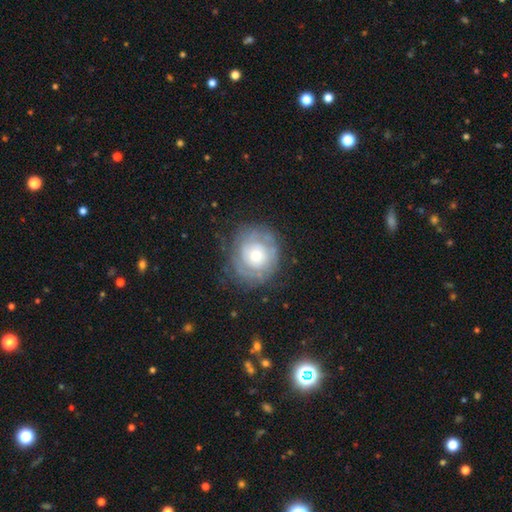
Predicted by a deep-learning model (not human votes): A featured or disk galaxy (61%) with no bar (84%), spiral arms (65%) and a moderate central bulge (51%).

Vote fractions:
- Smooth or featured? featured or disk: 61% / smooth: 32% / star or artifact: 8%
- Edge-on disk? no: 97% / yes: 3%
- Bar? no: 84% / weak: 13% / strong: 3%
- Spiral arms? yes: 65% / no: 35%
- Bulge size? moderate: 51% / small: 41% / large: 6% / dominant: 1% / none: 1%
- Merging? none: 74% / minor disturbance: 17% / major disturbance: 8% / merger: 1%